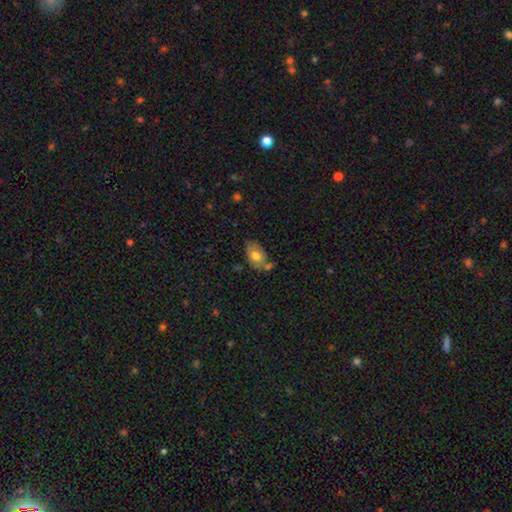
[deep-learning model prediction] A smooth galaxy with no disk features (70%) that is in between round and cigar-shaped (87%). Merging: none (57%).